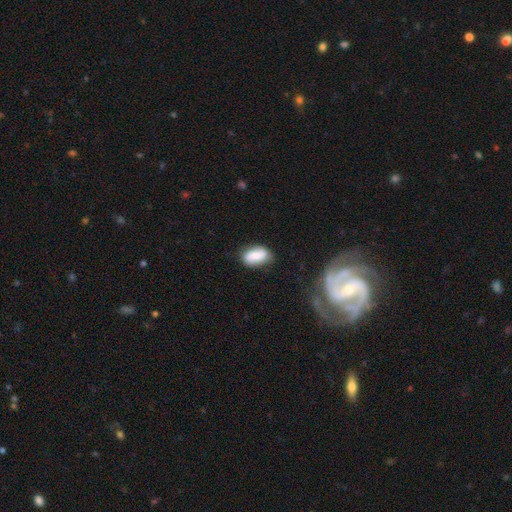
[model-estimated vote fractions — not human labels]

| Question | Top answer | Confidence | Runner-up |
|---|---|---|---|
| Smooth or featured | smooth | 69% | featured or disk (23%) |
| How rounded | in between | 89% | round (9%) |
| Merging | none | 73% | minor disturbance (20%) |